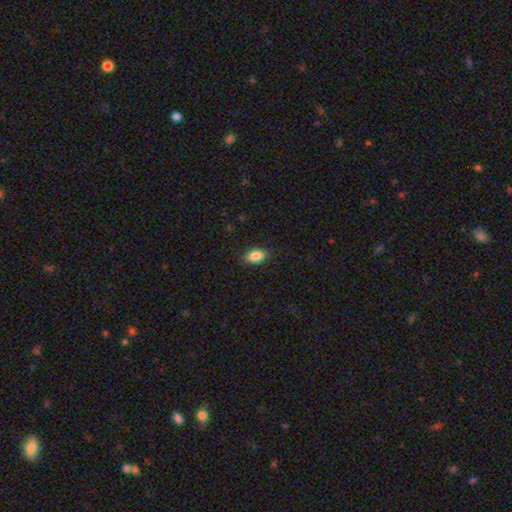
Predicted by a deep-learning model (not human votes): smooth 85%, star or artifact 8%, featured or disk 7%. Down the decision tree: how rounded — in between (90%); merging — none (88%).